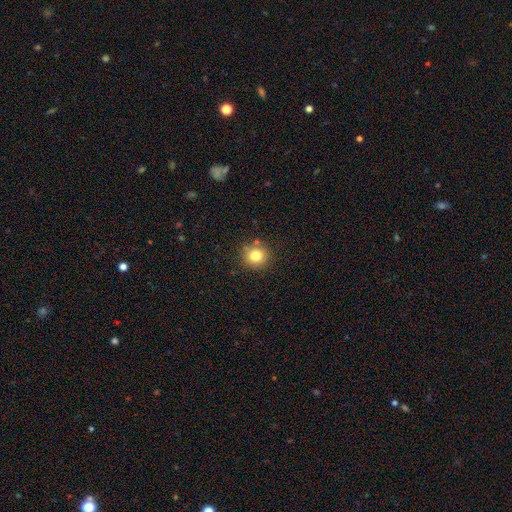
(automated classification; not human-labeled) smooth 80%, star or artifact 12%, featured or disk 8%. Down the decision tree: how rounded — round (90%); merging — none (84%).